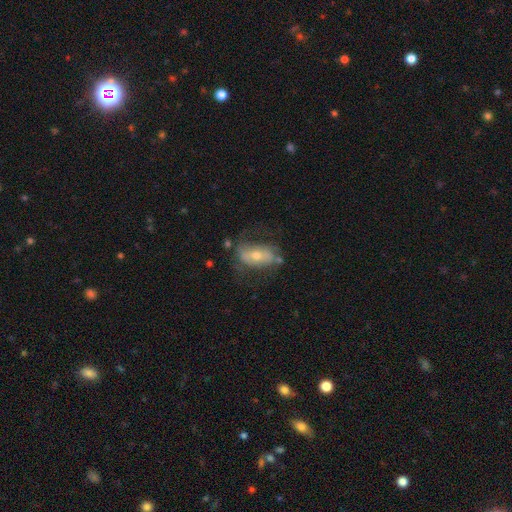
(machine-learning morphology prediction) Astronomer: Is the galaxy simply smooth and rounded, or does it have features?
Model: featured or disk — 53% (runner-up: smooth, 38%).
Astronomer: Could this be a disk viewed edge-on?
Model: no — 84%.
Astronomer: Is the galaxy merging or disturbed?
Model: none — 55%.